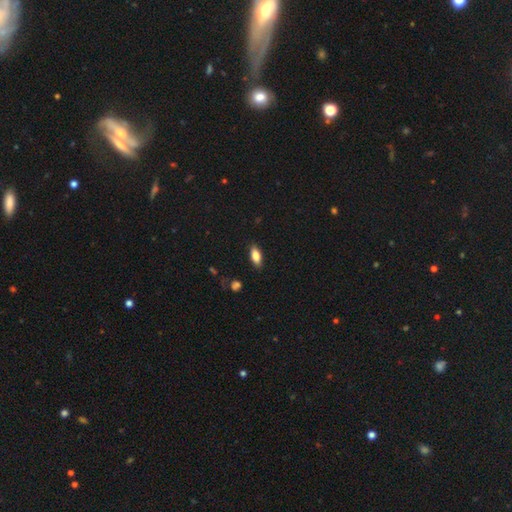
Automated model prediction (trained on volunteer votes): A smooth galaxy with no disk features (80%) that is in between round and cigar-shaped (83%).

Vote fractions:
- Smooth or featured? smooth: 80% / featured or disk: 13% / star or artifact: 7%
- How rounded? in between: 83% / cigar-shaped: 14% / round: 3%
- Merging? none: 86% / minor disturbance: 11% / major disturbance: 2% / merger: 1%